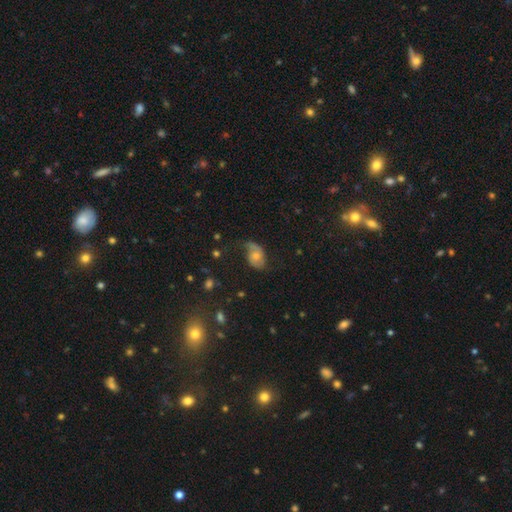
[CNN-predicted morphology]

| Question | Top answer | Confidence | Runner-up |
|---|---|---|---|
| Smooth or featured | featured or disk | 57% | smooth (34%) |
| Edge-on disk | no | 96% | yes (4%) |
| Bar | no | 67% | weak (28%) |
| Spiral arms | yes | 85% | no (15%) |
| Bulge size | moderate | 52% | small (36%) |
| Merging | none | 50% | minor disturbance (29%) |